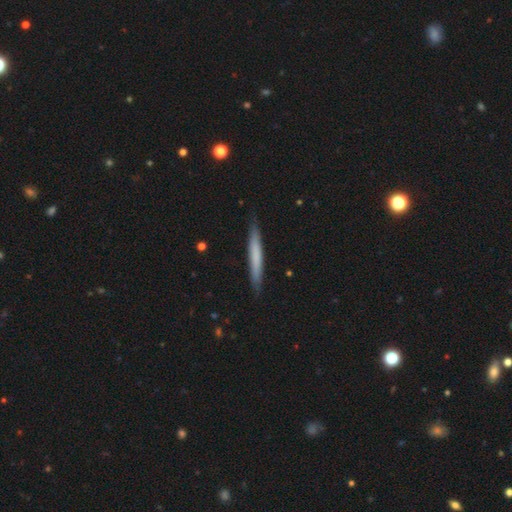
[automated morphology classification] Overall: smooth (63%; featured or disk 32%). How rounded: cigar-shaped (96%). Merging: none (88%).